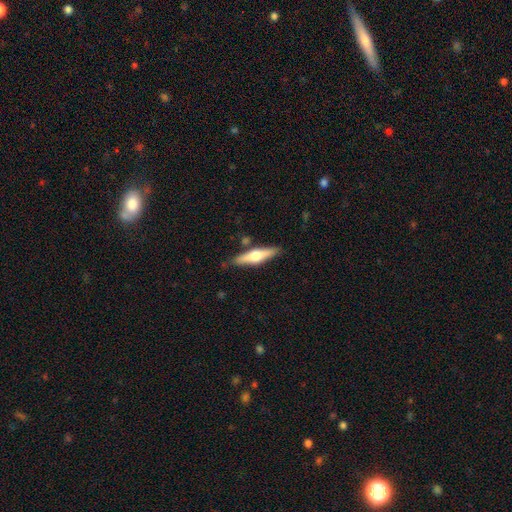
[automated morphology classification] Smooth or featured? Predicted: featured or disk (p=0.52). Edge-on disk? Predicted: yes (p=0.94). Merging? Predicted: none (p=0.82).